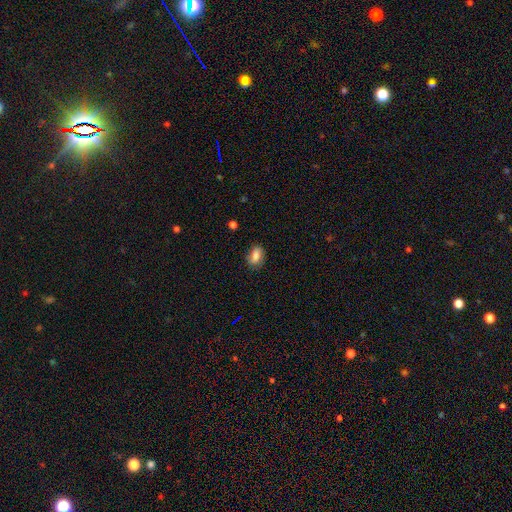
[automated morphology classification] smooth 72%, featured or disk 19%, star or artifact 9%. Down the decision tree: how rounded — in between (83%); merging — none (76%).